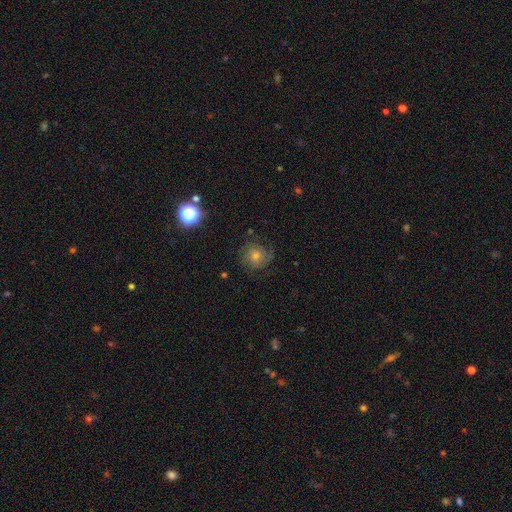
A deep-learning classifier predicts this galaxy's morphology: smooth_or_featured: featured or disk (p=0.55) [alt: smooth p=0.27]
disk_edge_on: no (p=0.97) [alt: yes p=0.03]
bar: no (p=0.80) [alt: weak p=0.17]
has_spiral_arms: yes (p=0.89) [alt: no p=0.11]
bulge_size: moderate (p=0.52) [alt: small p=0.40]
merging: none (p=0.76) [alt: minor disturbance p=0.15]